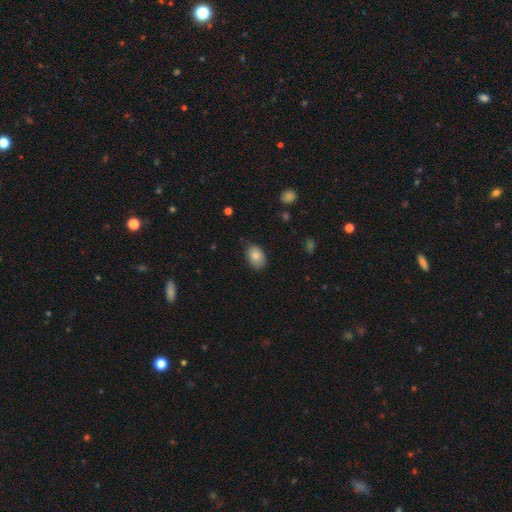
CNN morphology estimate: Smooth or featured: smooth — 84% (featured or disk — 8%)
How rounded: in between — 85% (round — 14%)
Merging: none — 74% (minor disturbance — 21%)